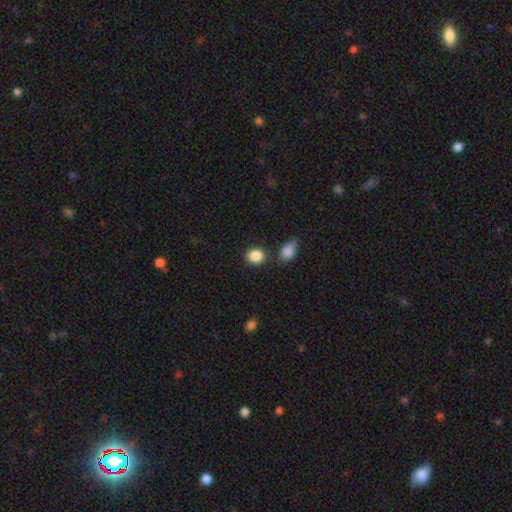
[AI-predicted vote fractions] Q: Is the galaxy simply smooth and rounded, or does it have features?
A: smooth — 88%.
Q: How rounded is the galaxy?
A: round — 65%.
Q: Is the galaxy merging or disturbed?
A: none — 77%.